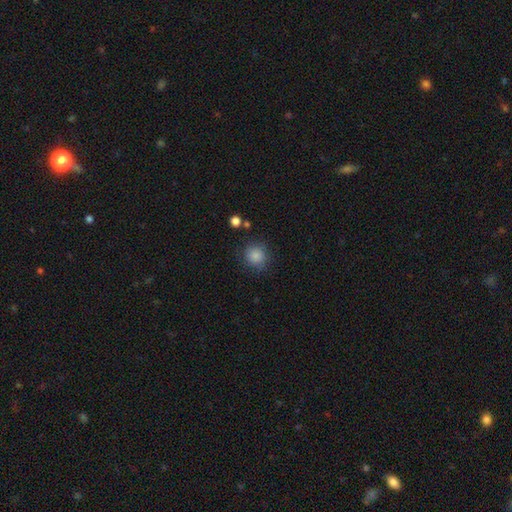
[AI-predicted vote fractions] Smooth or featured: smooth — 85% (star or artifact — 10%)
How rounded: round — 91% (in between — 8%)
Merging: none — 83% (minor disturbance — 11%)